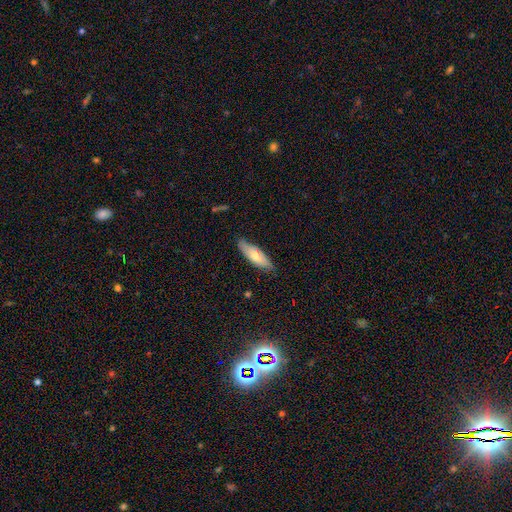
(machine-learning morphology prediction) This is likely a smooth galaxy (68%). How rounded: possibly in between (53%). Merging: likely none (79%).